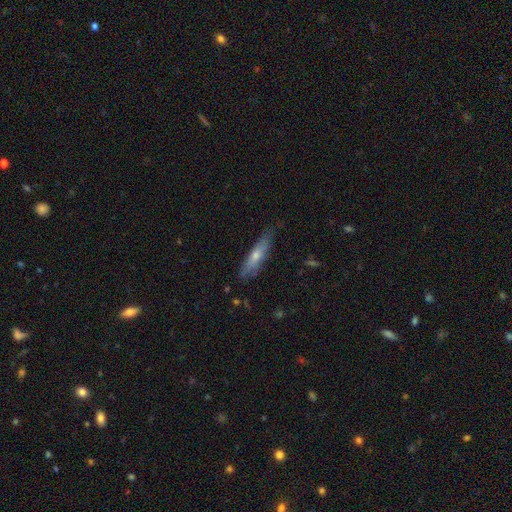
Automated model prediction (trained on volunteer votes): This appears to be a smooth galaxy with no disk features (48%). Merging: none (76%).